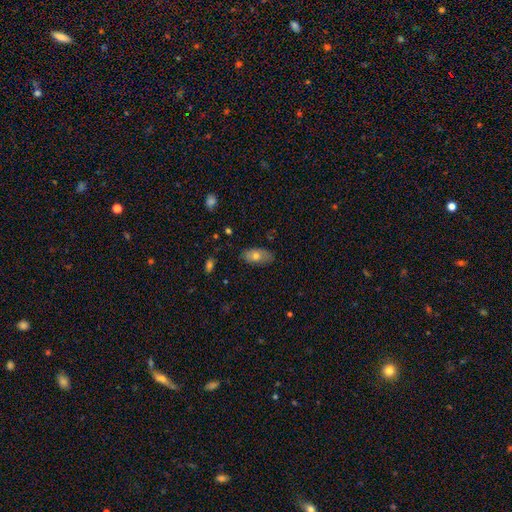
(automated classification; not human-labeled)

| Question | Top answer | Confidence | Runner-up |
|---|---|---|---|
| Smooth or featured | smooth | 70% | featured or disk (22%) |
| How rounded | in between | 90% | cigar-shaped (5%) |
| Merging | none | 78% | minor disturbance (18%) |